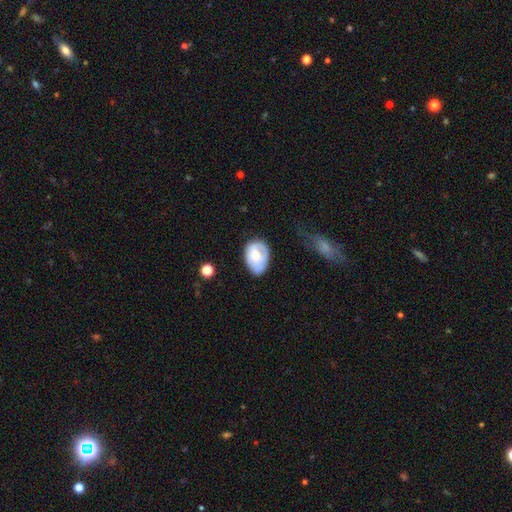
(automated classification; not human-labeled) smooth 60%, featured or disk 33%, star or artifact 7%. Down the decision tree: how rounded — in between (82%); merging — none (51%).